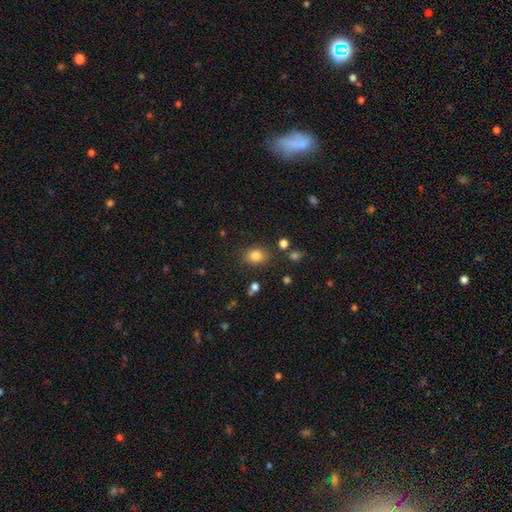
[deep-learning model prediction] Smooth or featured? smooth (82%)
How rounded? in between (59%)
Merging? none (82%)